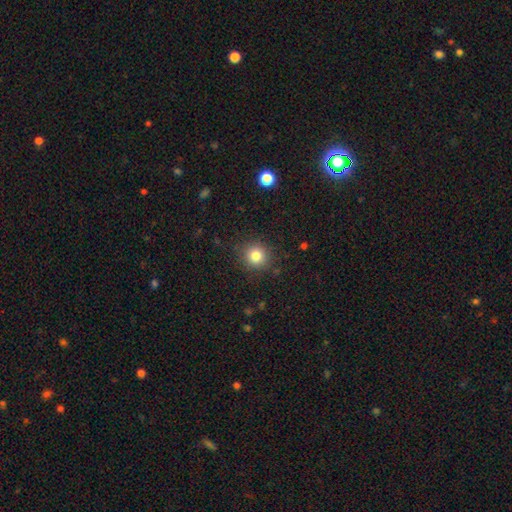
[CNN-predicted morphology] A smooth galaxy with no disk features (82%) that is round (92%).

Vote fractions:
- Smooth or featured? smooth: 82% / star or artifact: 12% / featured or disk: 6%
- How rounded? round: 92% / in between: 7% / cigar-shaped: 1%
- Merging? none: 88% / minor disturbance: 8% / major disturbance: 3% / merger: 1%